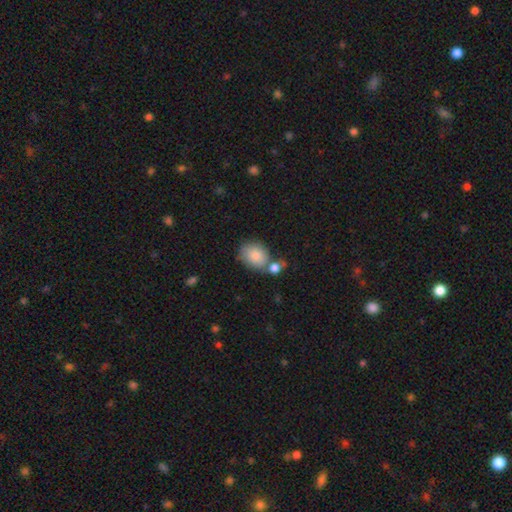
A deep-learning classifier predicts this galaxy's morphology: smooth-or-featured: smooth: 84% | featured or disk: 9% | star or artifact: 7%
  how-rounded: in between: 52% | round: 47% | cigar-shaped: 1%
  merging: none: 55% | merger: 25% | minor disturbance: 15% | major disturbance: 4%